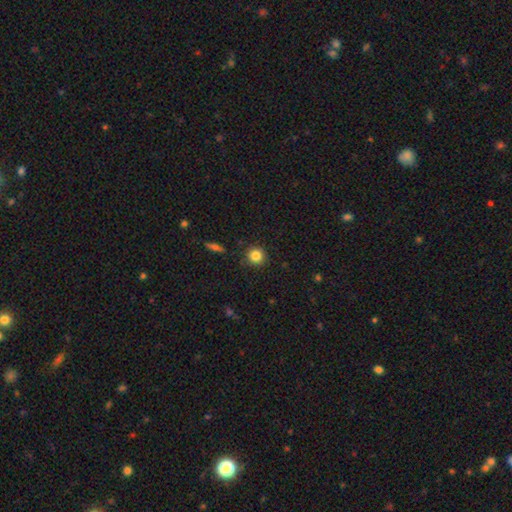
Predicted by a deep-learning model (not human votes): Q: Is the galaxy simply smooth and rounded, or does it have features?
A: smooth — 83%.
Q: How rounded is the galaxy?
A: round — 92%.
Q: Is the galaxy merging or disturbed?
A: none — 90%.